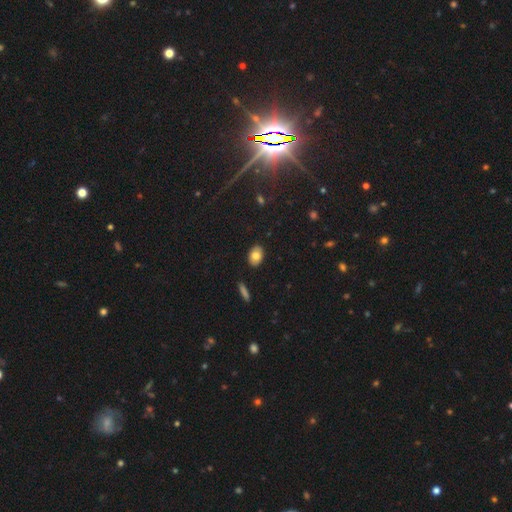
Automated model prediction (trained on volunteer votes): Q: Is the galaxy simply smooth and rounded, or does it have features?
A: smooth — 81%.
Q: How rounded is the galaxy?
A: in between — 84%.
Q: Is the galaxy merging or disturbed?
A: none — 88%.